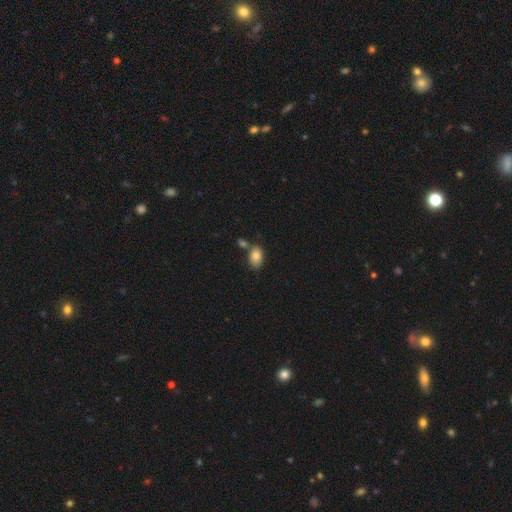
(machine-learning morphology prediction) The model was most divided on "merging": none: 59%, merger: 23%, minor disturbance: 15%, major disturbance: 4%. More confident: how rounded — in between (88%); smooth or featured — smooth (83%).